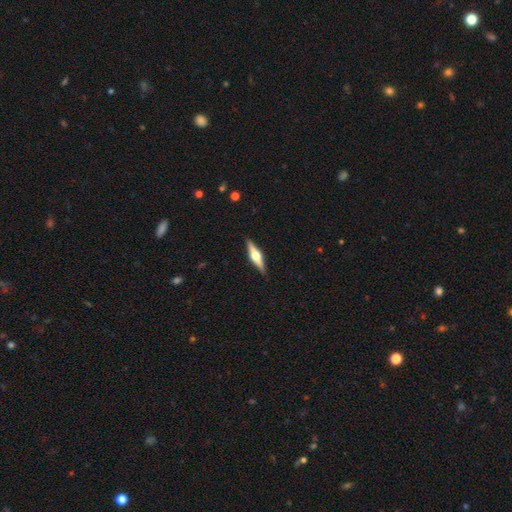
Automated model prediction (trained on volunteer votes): A featured or disk galaxy (72%) viewed edge-on (98%) with a rounded central bulge (94%). Merging: none (91%).